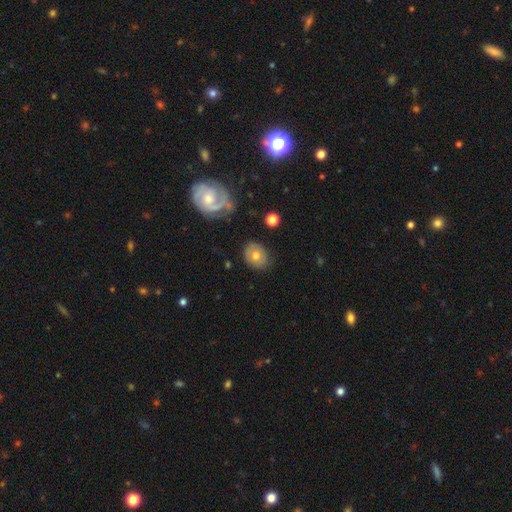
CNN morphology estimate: The model was most divided on "how rounded": in between: 53%, round: 46%, cigar-shaped: 1%. More confident: merging — none (75%); smooth or featured — smooth (61%).